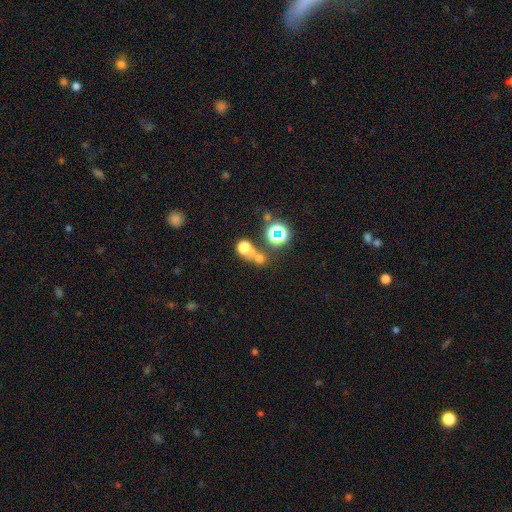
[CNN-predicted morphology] smooth 55%, star or artifact 34%, featured or disk 11%. Down the decision tree: how rounded — round (84%); merging — none (51%).